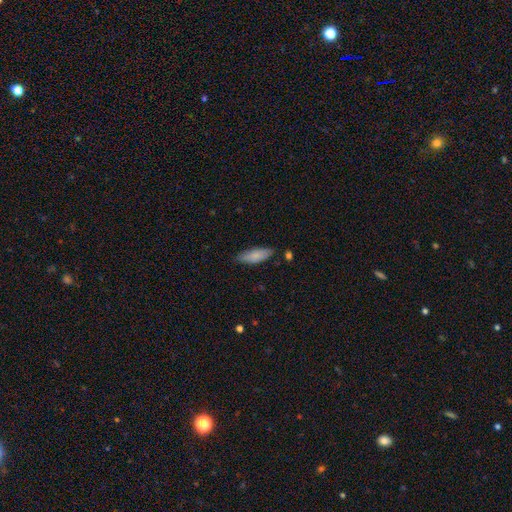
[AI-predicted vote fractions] smooth-or-featured: smooth: 82% | featured or disk: 12% | star or artifact: 6%
  how-rounded: in between: 63% | cigar-shaped: 35% | round: 2%
  merging: none: 77% | minor disturbance: 18% | major disturbance: 3% | merger: 3%